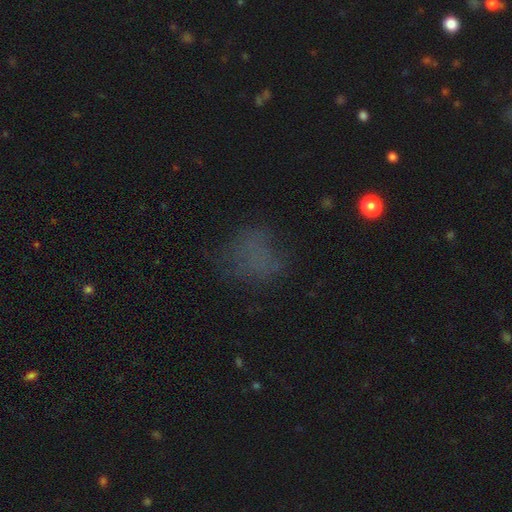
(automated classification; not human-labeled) smooth_or_featured: smooth (p=0.53) [alt: star or artifact p=0.31]
how_rounded: round (p=0.68) [alt: in between p=0.30]
merging: none (p=0.61) [alt: minor disturbance p=0.18]